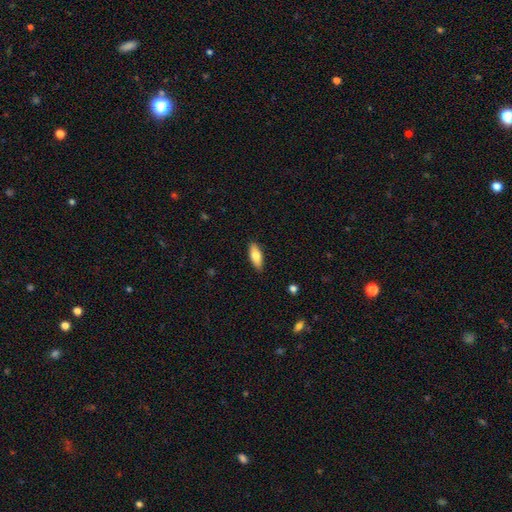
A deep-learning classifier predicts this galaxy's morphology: type=smooth (76%); roundness=in between (70%); merging=none (88%).